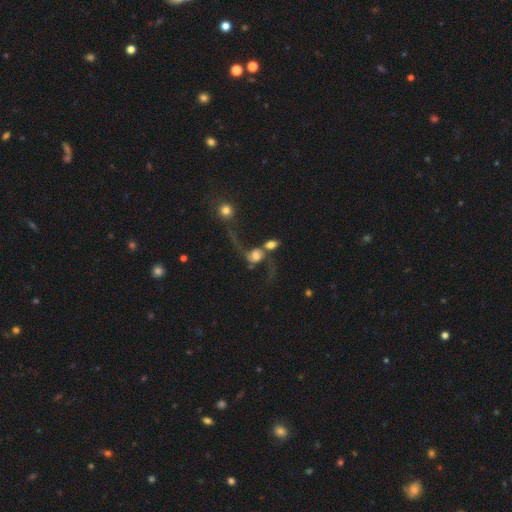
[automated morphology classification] Smooth or featured?
  - featured or disk: 66% *
  - smooth: 25%
  - star or artifact: 10%
Edge-on disk?
  - no: 94% *
  - yes: 6%
Bar?
  - no: 65% *
  - weak: 27%
  - strong: 9%
Spiral arms?
  - yes: 85% *
  - no: 15%
Spiral winding?
  - loose: 89% *
  - medium: 8%
  - tight: 3%
Spiral arm count?
  - 2: 82% *
  - 1: 11%
  - can't tell: 3%
  - 3: 1%
  - 4: 1%
  - more than 4: 1%
Bulge size?
  - moderate: 37% *
  - large: 34%
  - small: 14%
  - dominant: 8%
  - none: 7%
Merging?
  - merger: 52% *
  - major disturbance: 20%
  - none: 19%
  - minor disturbance: 9%